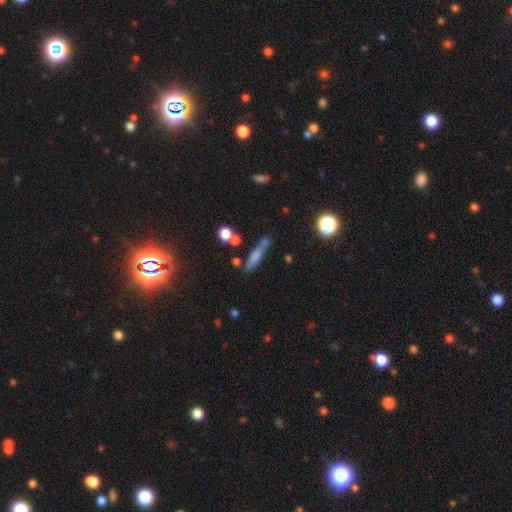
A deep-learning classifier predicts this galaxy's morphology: Q: Smooth or featured?
A: smooth (57%); runner-up: featured or disk (31%)
Q: How rounded?
A: cigar-shaped (76%); runner-up: in between (19%)
Q: Merging?
A: none (65%); runner-up: minor disturbance (16%)